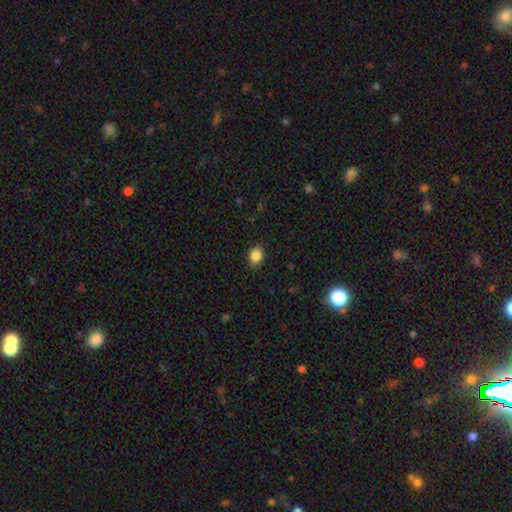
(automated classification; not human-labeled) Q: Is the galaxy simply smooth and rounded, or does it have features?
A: smooth — 86%.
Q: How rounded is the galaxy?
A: in between — 62%.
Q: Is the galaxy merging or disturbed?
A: none — 84%.